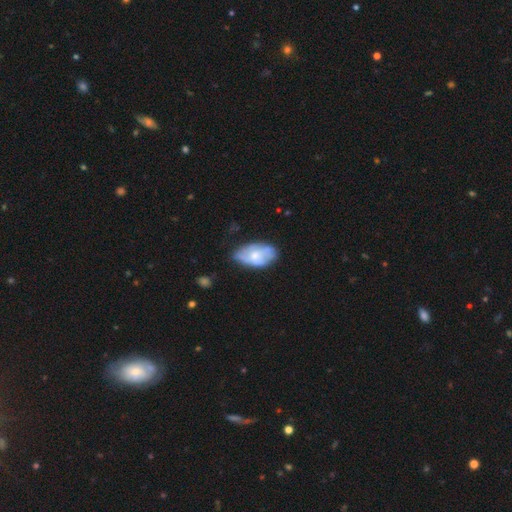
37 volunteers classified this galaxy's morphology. A smooth galaxy with no disk features (57%) that is in between round and cigar-shaped (95%). Merging: none (56%).